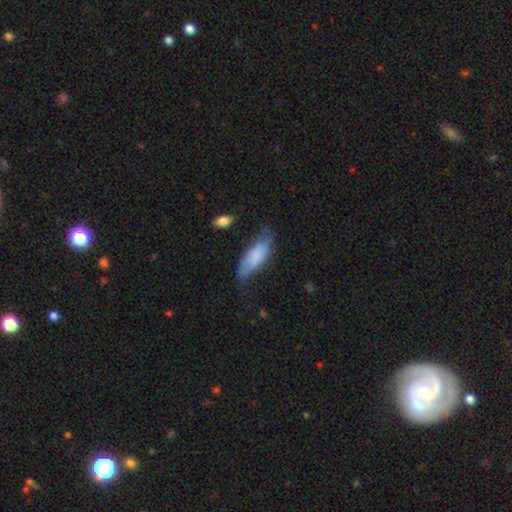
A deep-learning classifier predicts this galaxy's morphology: Q: Smooth or featured?
A: smooth (76%); runner-up: featured or disk (17%)
Q: How rounded?
A: in between (65%); runner-up: cigar-shaped (34%)
Q: Merging?
A: none (52%); runner-up: minor disturbance (34%)